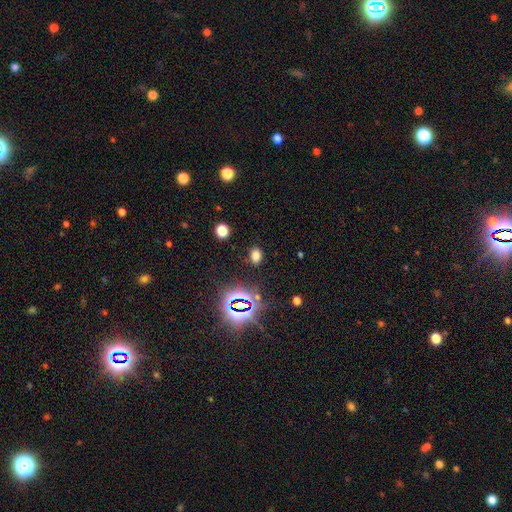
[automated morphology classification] Smooth or featured? smooth (66%)
How rounded? in between (75%)
Merging? none (85%)